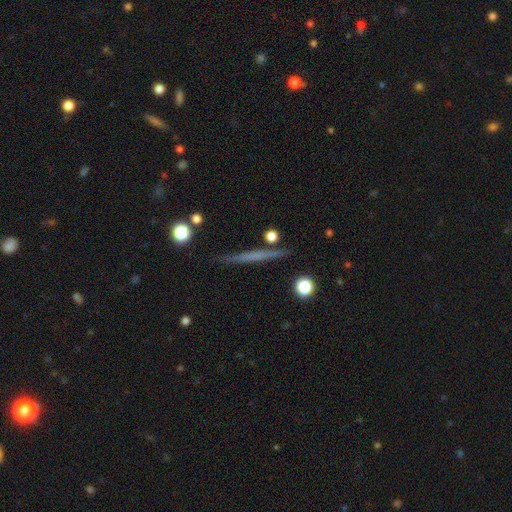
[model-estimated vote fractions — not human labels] A featured or disk galaxy (51%) viewed edge-on (97%).

Vote fractions:
- Smooth or featured? featured or disk: 51% / smooth: 42% / star or artifact: 8%
- Edge-on disk? yes: 97% / no: 3%
- Merging? none: 90% / minor disturbance: 7% / merger: 2% / major disturbance: 2%